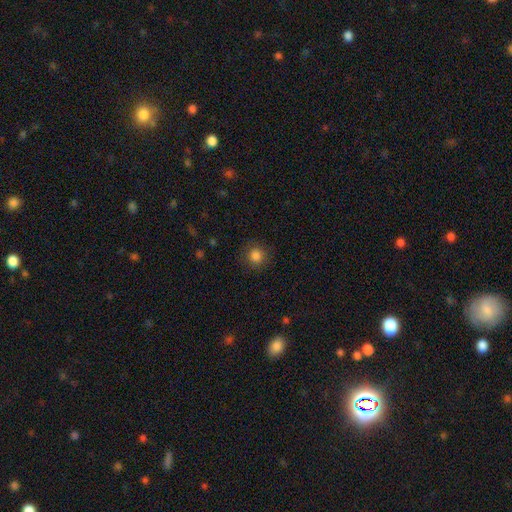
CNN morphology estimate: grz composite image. It shows a smooth galaxy with no disk features (84%) that is round (93%). Merging: none (88%).